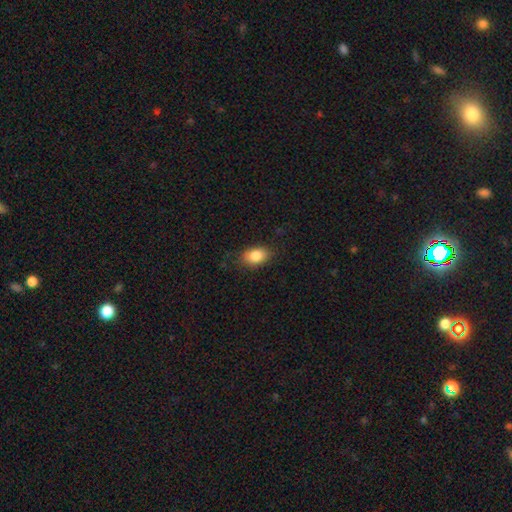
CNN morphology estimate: This is clearly a smooth galaxy (85%). How rounded: clearly in between (84%). Merging: clearly none (82%).